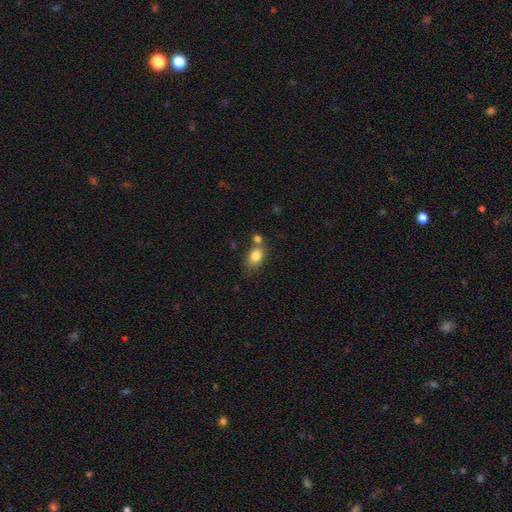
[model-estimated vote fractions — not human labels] The model was most divided on "merging": none: 56%, merger: 23%, minor disturbance: 15%, major disturbance: 5%. More confident: smooth or featured — smooth (84%); how rounded — in between (75%).